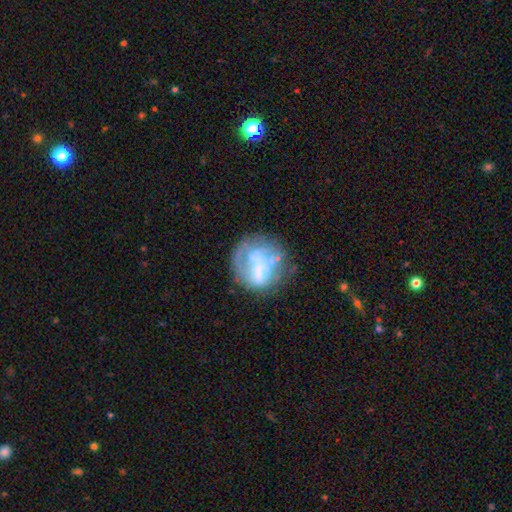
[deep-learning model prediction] This is possibly a featured or disk galaxy (53%). It is clearly not viewed edge-on (98%). Bar: likely no (79%). Spiral arm pattern: clearly no (85%). Central bulge: possibly none (53%). Merging: possibly none (48%).